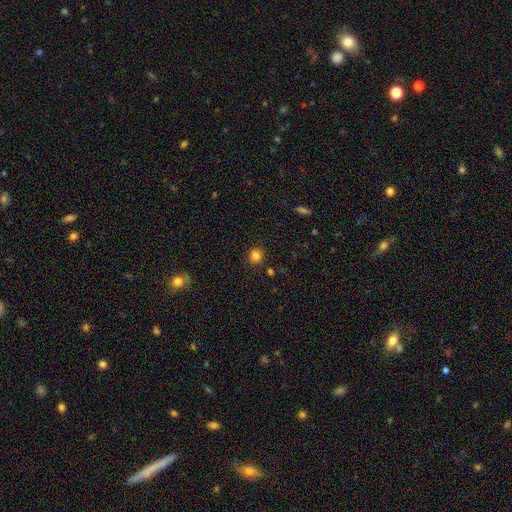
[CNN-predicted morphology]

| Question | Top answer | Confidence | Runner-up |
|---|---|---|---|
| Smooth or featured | smooth | 83% | star or artifact (13%) |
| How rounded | round | 84% | in between (15%) |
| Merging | none | 86% | minor disturbance (9%) |